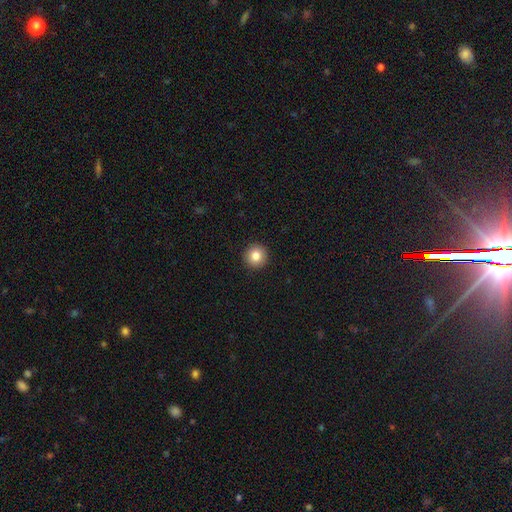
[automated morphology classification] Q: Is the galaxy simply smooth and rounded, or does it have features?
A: smooth — 83%.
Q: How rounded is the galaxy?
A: round — 95%.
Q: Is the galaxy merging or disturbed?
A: none — 93%.